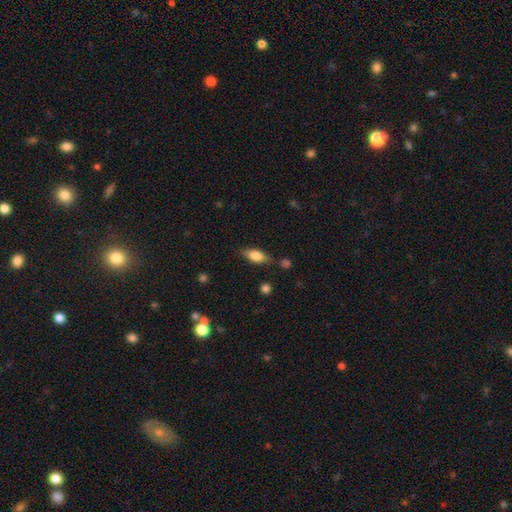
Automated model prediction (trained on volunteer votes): A smooth galaxy with no disk features (73%) that is in between round and cigar-shaped (75%).

Vote fractions:
- Smooth or featured? smooth: 73% / featured or disk: 20% / star or artifact: 7%
- How rounded? in between: 75% / cigar-shaped: 21% / round: 3%
- Merging? none: 79% / minor disturbance: 15% / major disturbance: 3% / merger: 3%